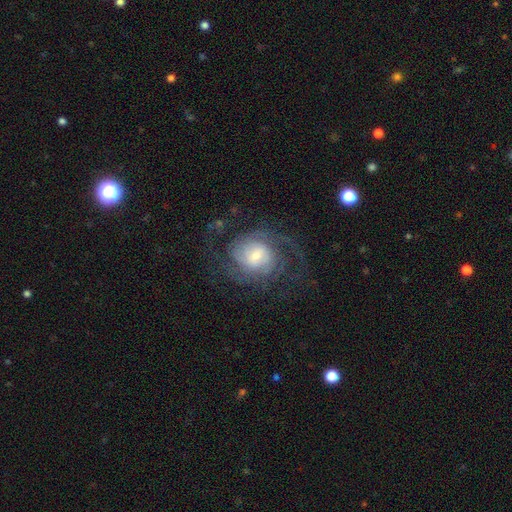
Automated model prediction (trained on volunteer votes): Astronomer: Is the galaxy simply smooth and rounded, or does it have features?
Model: featured or disk — 80%.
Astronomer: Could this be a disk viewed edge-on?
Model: no — 97%.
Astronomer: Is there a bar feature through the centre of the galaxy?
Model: no — 49% (runner-up: weak, 41%).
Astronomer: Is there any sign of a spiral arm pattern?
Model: yes — 94%.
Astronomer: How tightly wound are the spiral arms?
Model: medium — 41% (runner-up: tight, 40%).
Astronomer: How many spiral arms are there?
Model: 2 — 31% (runner-up: can't tell, 29%).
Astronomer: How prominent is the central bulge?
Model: small — 42% (runner-up: moderate, 40%).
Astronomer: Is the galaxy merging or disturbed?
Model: none — 64%.